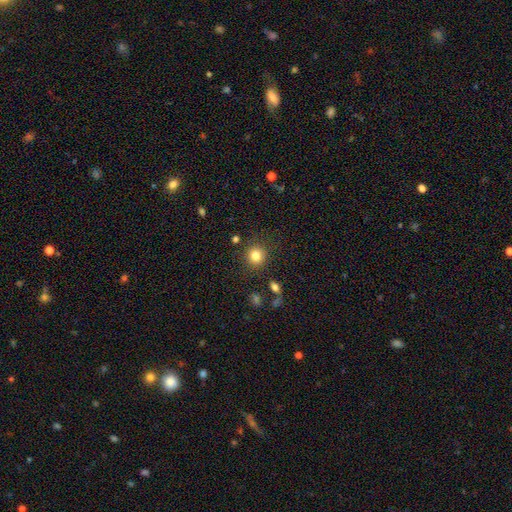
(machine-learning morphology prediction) type=smooth (83%); roundness=round (90%); merging=none (87%).